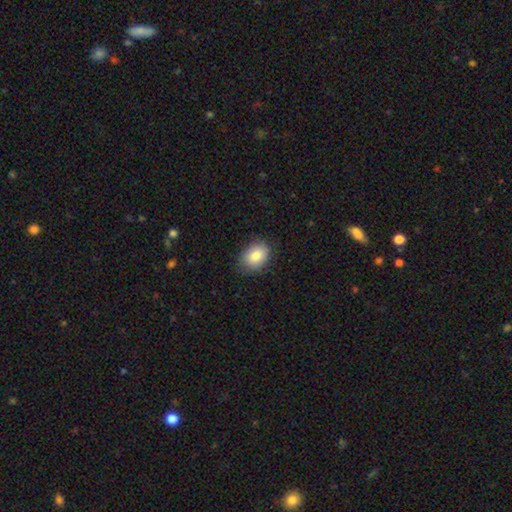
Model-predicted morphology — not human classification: A smooth galaxy with no disk features (83%) that is in between round and cigar-shaped (73%).

Vote fractions:
- Smooth or featured? smooth: 83% / featured or disk: 9% / star or artifact: 8%
- How rounded? in between: 73% / round: 26% / cigar-shaped: 1%
- Merging? none: 80% / minor disturbance: 16% / major disturbance: 3% / merger: 1%